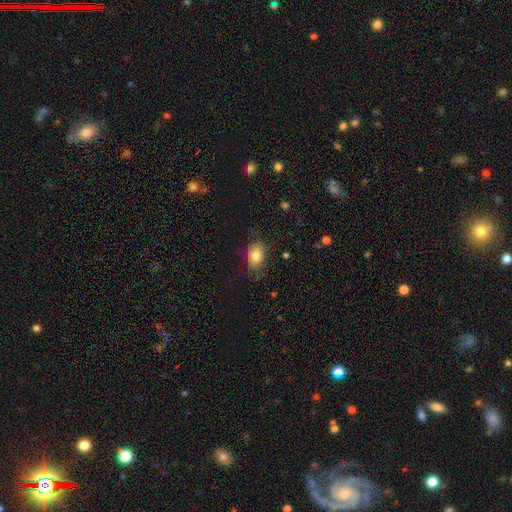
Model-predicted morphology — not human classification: This is clearly a smooth galaxy (85%). How rounded: clearly in between (86%). Merging: likely none (79%).